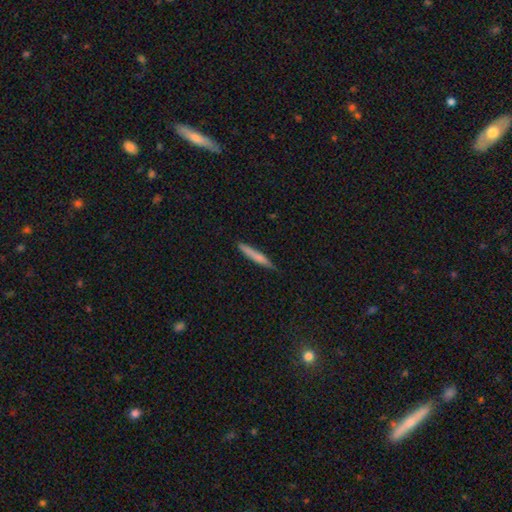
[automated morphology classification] Smooth or featured: smooth — 69% (featured or disk — 25%)
How rounded: cigar-shaped — 95% (in between — 4%)
Merging: none — 85% (minor disturbance — 12%)